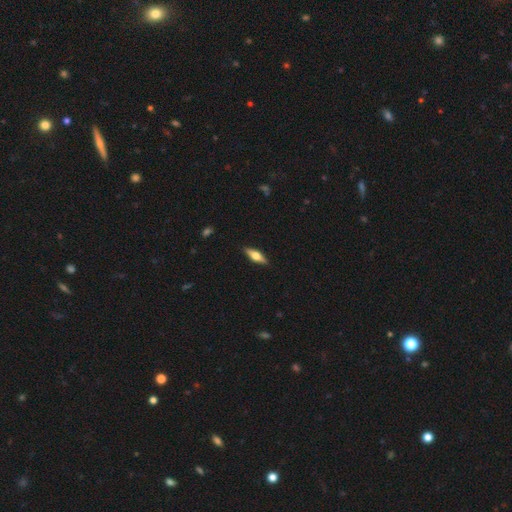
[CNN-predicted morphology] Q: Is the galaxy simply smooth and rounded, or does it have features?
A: featured or disk — 50%.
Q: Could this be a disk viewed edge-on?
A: yes — 93%.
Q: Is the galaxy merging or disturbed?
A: none — 89%.